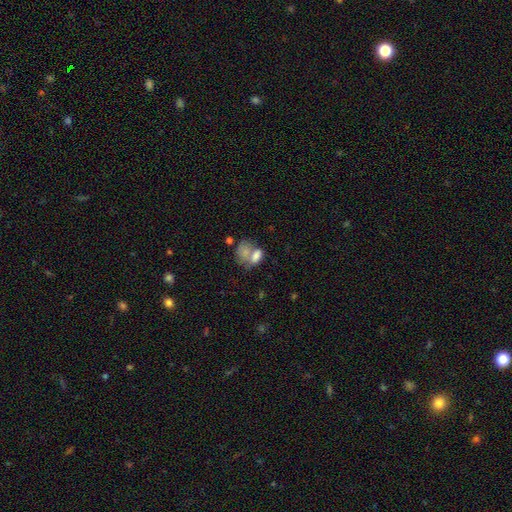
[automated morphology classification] This is likely a smooth galaxy (73%). How rounded: likely in between (78%). Merging: possibly merger (57%).